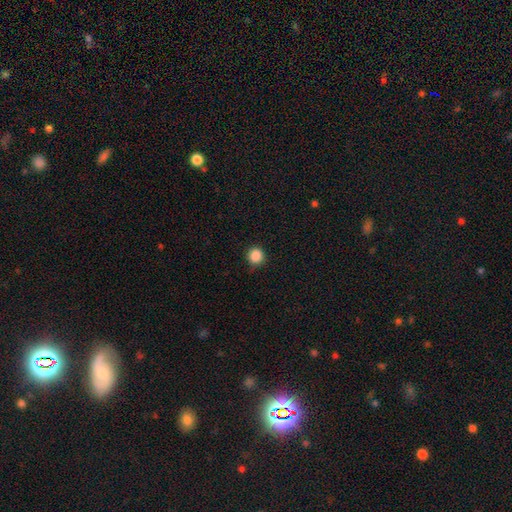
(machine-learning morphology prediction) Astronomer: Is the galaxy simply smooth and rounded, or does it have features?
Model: smooth — 87%.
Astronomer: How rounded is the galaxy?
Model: round — 95%.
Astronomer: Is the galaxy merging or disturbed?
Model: none — 91%.